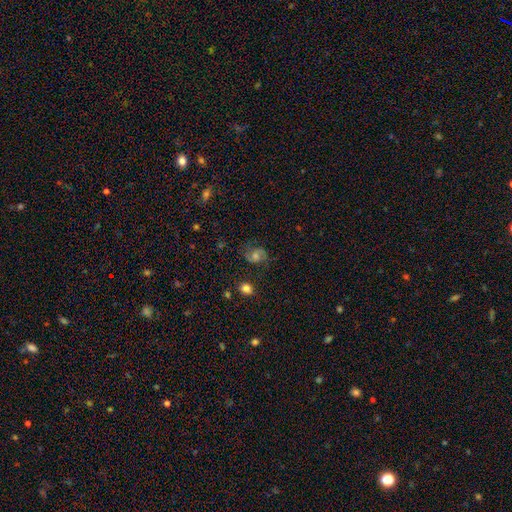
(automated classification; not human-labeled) A featured or disk galaxy (57%) with no bar (57%), spiral arms (89%) and a moderate central bulge (51%). Merging: none (75%).